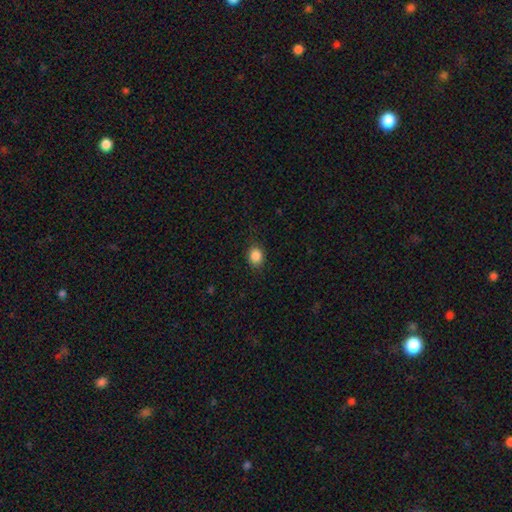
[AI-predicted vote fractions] This is clearly a smooth galaxy (87%). How rounded: possibly round (58%). Merging: clearly none (85%).